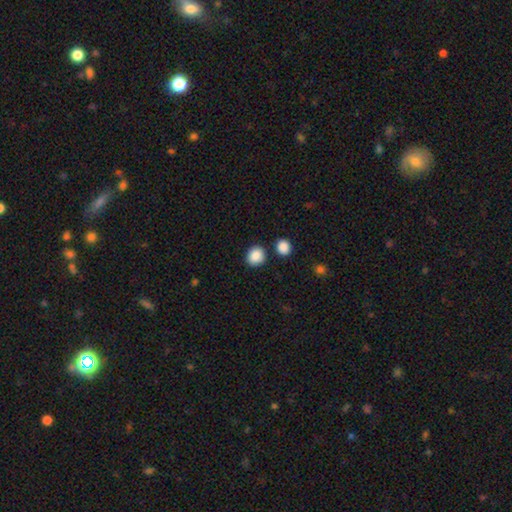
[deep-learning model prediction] Smooth or featured?
  - smooth: 88% *
  - star or artifact: 8%
  - featured or disk: 3%
How rounded?
  - round: 71% *
  - in between: 28%
  - cigar-shaped: 1%
Merging?
  - none: 81% *
  - minor disturbance: 9%
  - merger: 7%
  - major disturbance: 3%